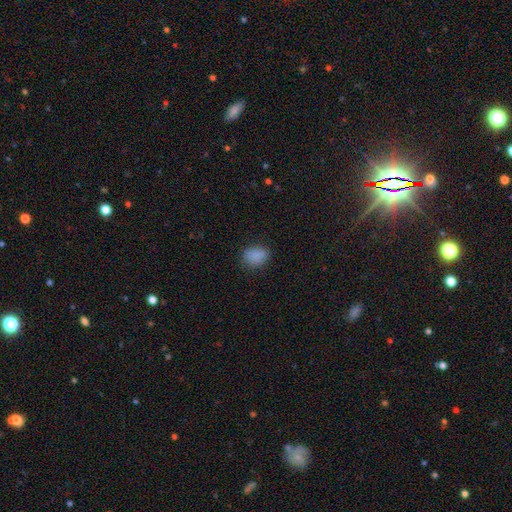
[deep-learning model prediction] Q: Smooth or featured?
A: smooth (85%); runner-up: star or artifact (11%)
Q: How rounded?
A: in between (65%); runner-up: round (33%)
Q: Merging?
A: none (78%); runner-up: minor disturbance (16%)